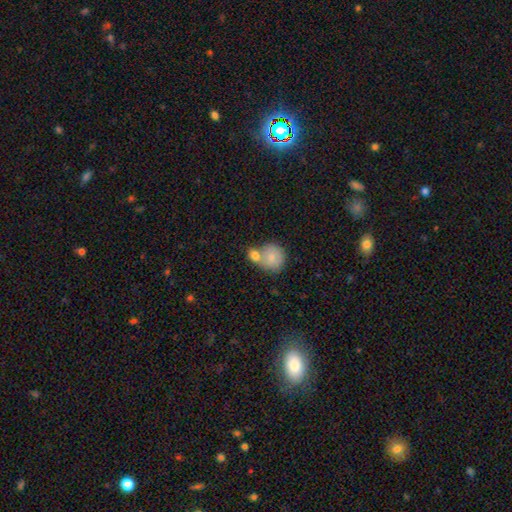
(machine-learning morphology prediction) This appears to be a smooth galaxy with no disk features (79%) that is round (74%). Merging: merger (54%).